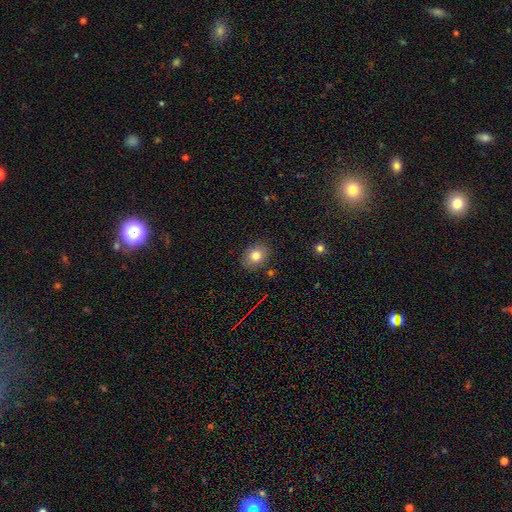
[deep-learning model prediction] A smooth galaxy with no disk features (80%) that is round (53%). Merging: none (86%).